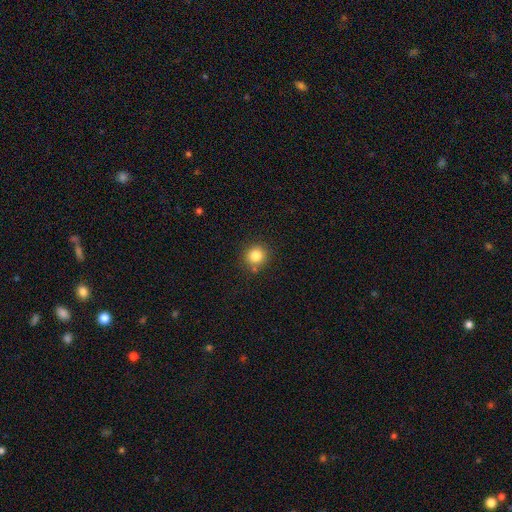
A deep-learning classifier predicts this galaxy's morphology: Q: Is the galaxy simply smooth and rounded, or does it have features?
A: smooth — 83%.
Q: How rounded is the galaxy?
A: round — 90%.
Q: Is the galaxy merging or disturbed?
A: none — 84%.